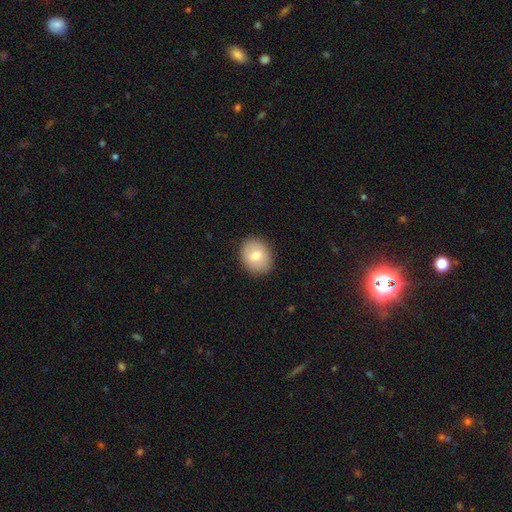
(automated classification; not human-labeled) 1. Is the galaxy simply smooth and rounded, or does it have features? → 74% smooth, 19% featured or disk, 8% star or artifact.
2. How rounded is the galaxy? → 62% round, 37% in between, 1% cigar-shaped.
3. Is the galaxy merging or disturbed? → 87% none, 10% minor disturbance, 2% major disturbance, 1% merger.